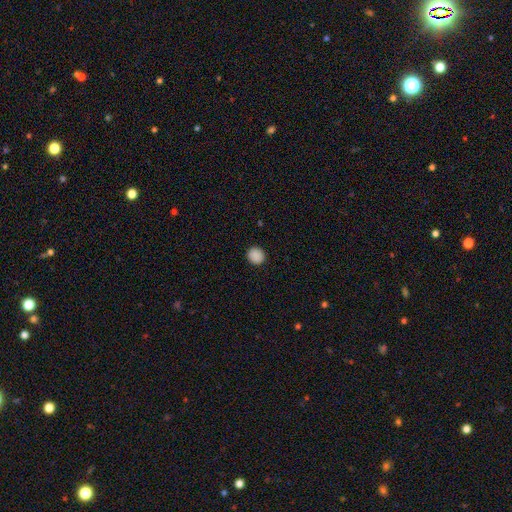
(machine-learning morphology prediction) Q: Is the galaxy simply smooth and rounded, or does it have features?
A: smooth — 89%.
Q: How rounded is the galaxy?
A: round — 91%.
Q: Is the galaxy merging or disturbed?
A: none — 92%.